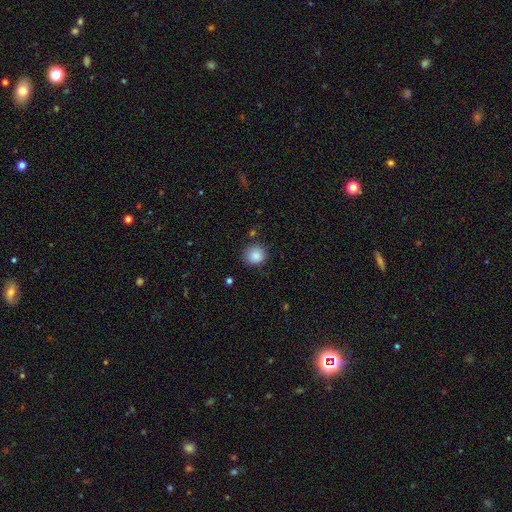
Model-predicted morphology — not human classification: This is clearly a smooth galaxy (88%). How rounded: clearly round (88%). Merging: clearly none (85%).